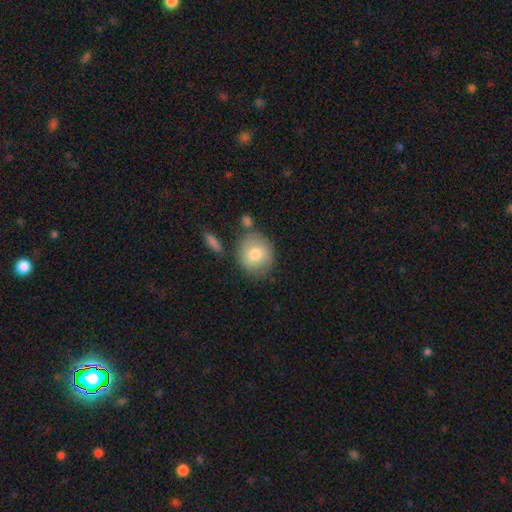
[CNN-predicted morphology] Smooth or featured? Predicted: smooth (p=0.76). How rounded? Predicted: round (p=0.81). Merging? Predicted: none (p=0.70).